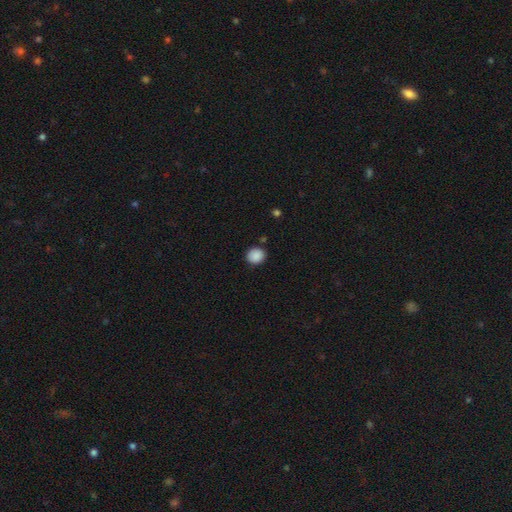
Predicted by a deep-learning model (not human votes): Overall: smooth (88%). How rounded: round (83%). Merging: none (86%).